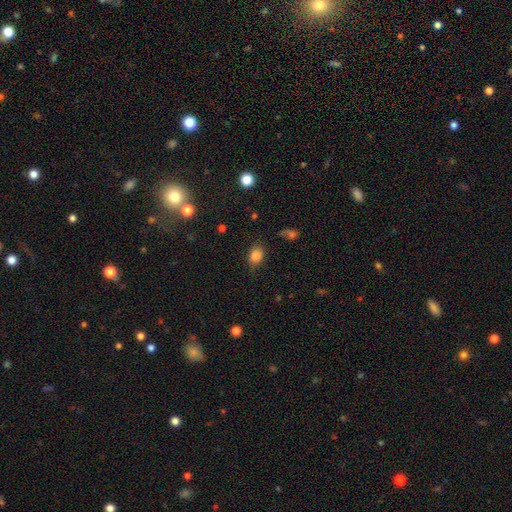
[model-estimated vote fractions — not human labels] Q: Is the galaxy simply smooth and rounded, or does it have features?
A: smooth — 83%.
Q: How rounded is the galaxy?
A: in between — 63%.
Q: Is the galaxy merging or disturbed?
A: none — 74%.